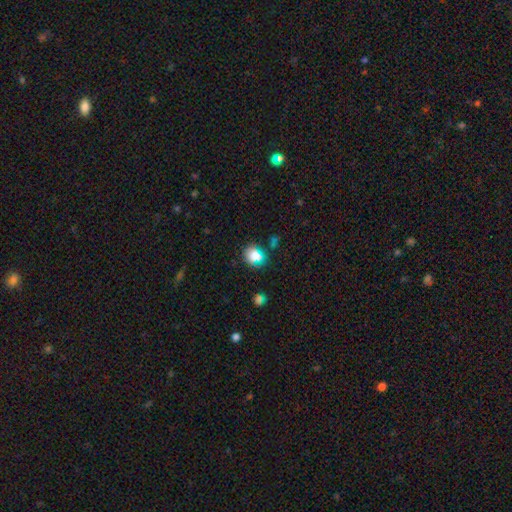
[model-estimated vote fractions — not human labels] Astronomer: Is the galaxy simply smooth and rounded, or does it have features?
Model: smooth — 76%.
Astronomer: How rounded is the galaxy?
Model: round — 74%.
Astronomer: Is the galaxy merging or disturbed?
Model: none — 77%.